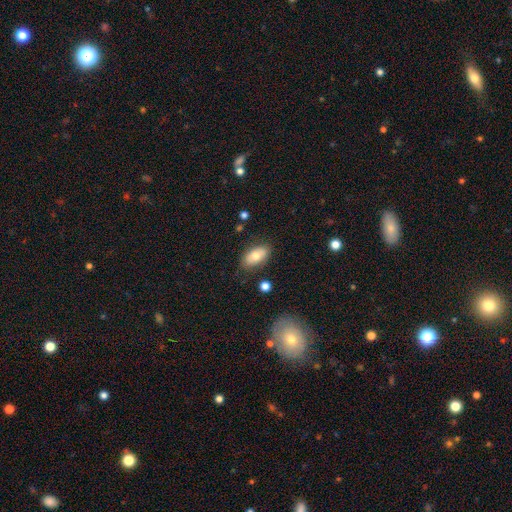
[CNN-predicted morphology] Smooth or featured: smooth — 72% (featured or disk — 21%)
How rounded: in between — 92% (round — 5%)
Merging: none — 80% (minor disturbance — 14%)